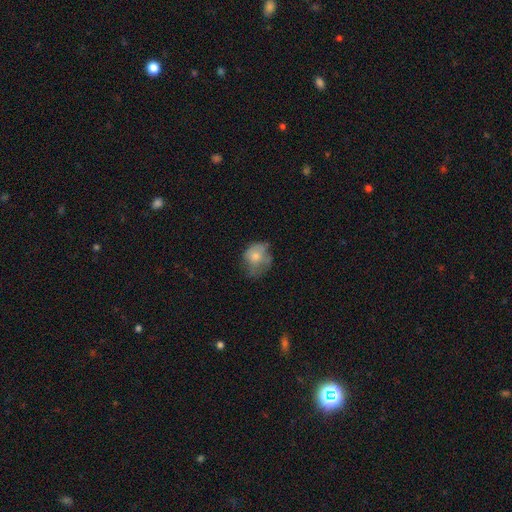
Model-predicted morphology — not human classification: A smooth galaxy with no disk features (66%) that is round (54%).

Vote fractions:
- Smooth or featured? smooth: 66% / featured or disk: 24% / star or artifact: 10%
- How rounded? round: 54% / in between: 45% / cigar-shaped: 1%
- Merging? none: 38% / minor disturbance: 34% / major disturbance: 26% / merger: 3%